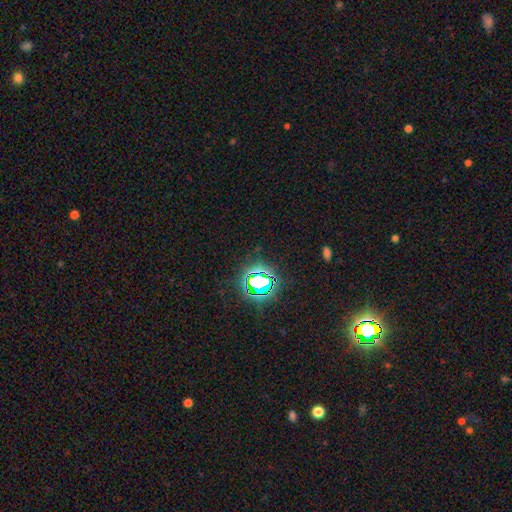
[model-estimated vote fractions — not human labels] A star or artifact, not a galaxy (79%).

Vote fractions:
- Smooth or featured? star or artifact: 79% / smooth: 14% / featured or disk: 8%